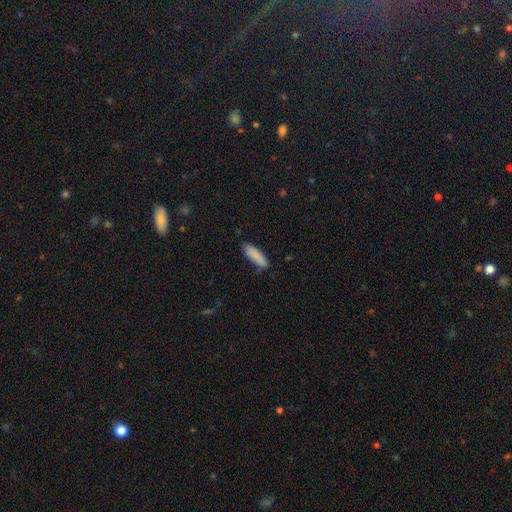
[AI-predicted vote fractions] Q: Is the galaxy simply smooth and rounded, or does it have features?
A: smooth — 87%.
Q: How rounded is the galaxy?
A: cigar-shaped — 60%.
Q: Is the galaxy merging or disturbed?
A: none — 81%.